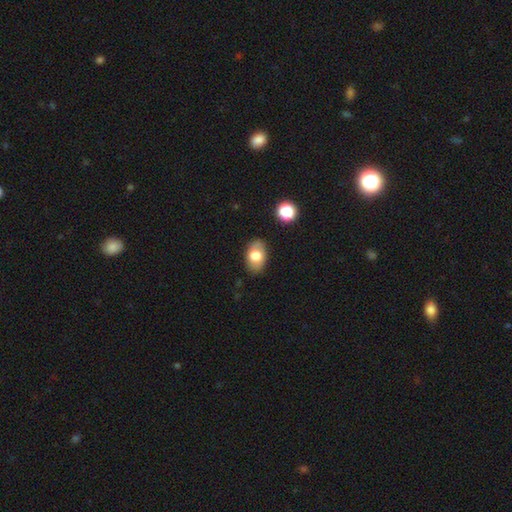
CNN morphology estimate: Q: Smooth or featured?
A: smooth (72%); runner-up: featured or disk (21%)
Q: How rounded?
A: in between (88%); runner-up: round (11%)
Q: Merging?
A: none (81%); runner-up: minor disturbance (14%)